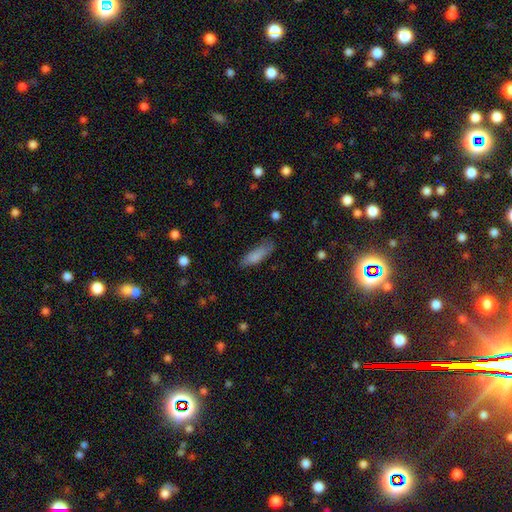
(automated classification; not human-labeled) Smooth or featured? Predicted: smooth (p=0.83). How rounded? Predicted: in between (p=0.57). Merging? Predicted: none (p=0.66).